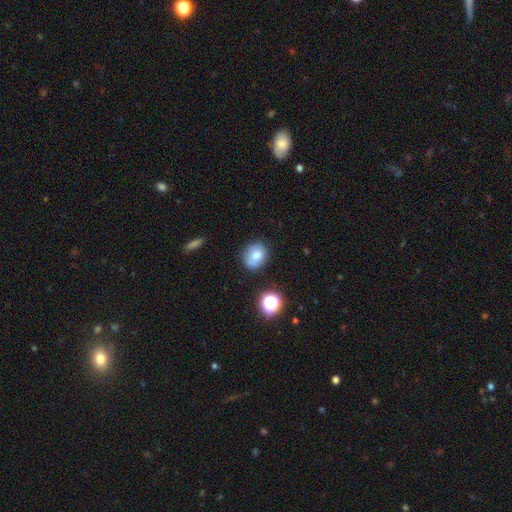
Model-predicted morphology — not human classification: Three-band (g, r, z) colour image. It shows a smooth galaxy with no disk features (78%) that is round (61%). Merging: none (77%).